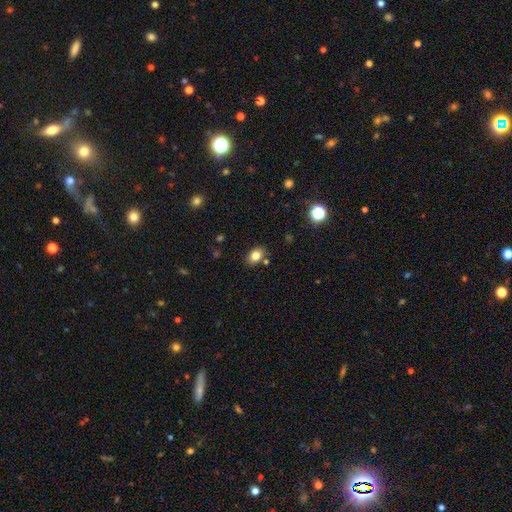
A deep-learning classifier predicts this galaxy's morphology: Smooth or featured? Predicted: smooth (p=0.80). How rounded? Predicted: in between (p=0.73). Merging? Predicted: none (p=0.81).